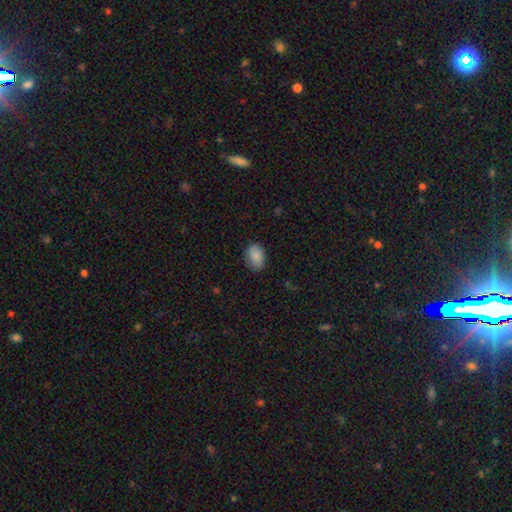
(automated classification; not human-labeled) This is clearly a smooth galaxy (87%). How rounded: likely in between (79%). Merging: clearly none (82%).